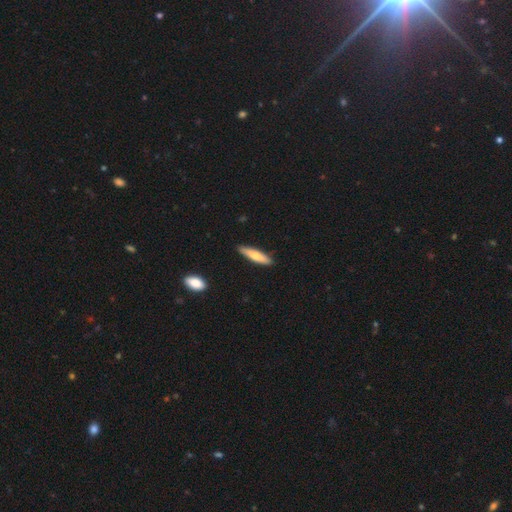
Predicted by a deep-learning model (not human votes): smooth_or_featured: smooth (p=0.66) [alt: featured or disk p=0.29]
how_rounded: cigar-shaped (p=0.78) [alt: in between p=0.20]
merging: none (p=0.87) [alt: minor disturbance p=0.10]